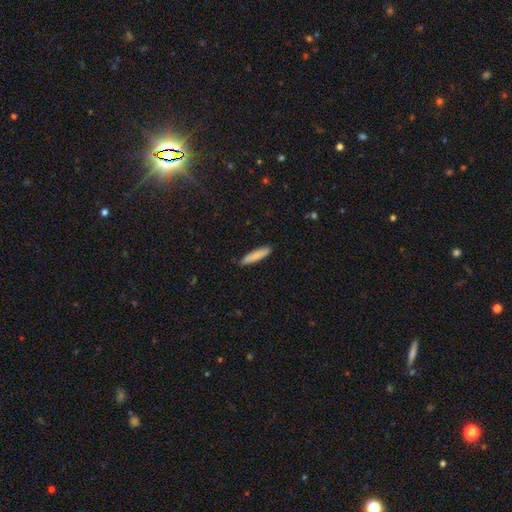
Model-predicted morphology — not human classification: Smooth or featured?
  - smooth: 81% *
  - featured or disk: 13%
  - star or artifact: 6%
How rounded?
  - cigar-shaped: 82% *
  - in between: 17%
  - round: 1%
Merging?
  - none: 84% *
  - minor disturbance: 13%
  - major disturbance: 2%
  - merger: 1%